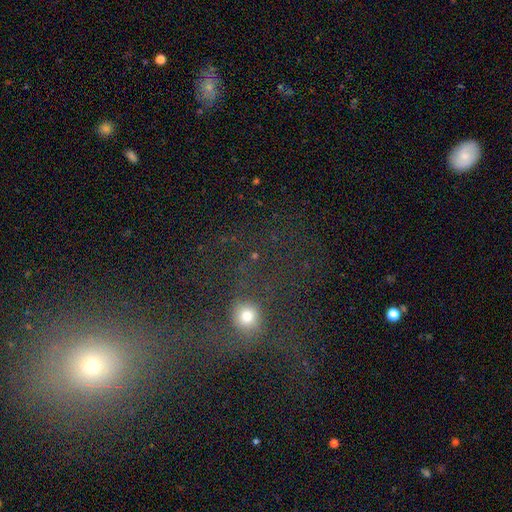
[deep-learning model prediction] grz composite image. It shows a smooth galaxy with no disk features (37%). Merging: none (39%).